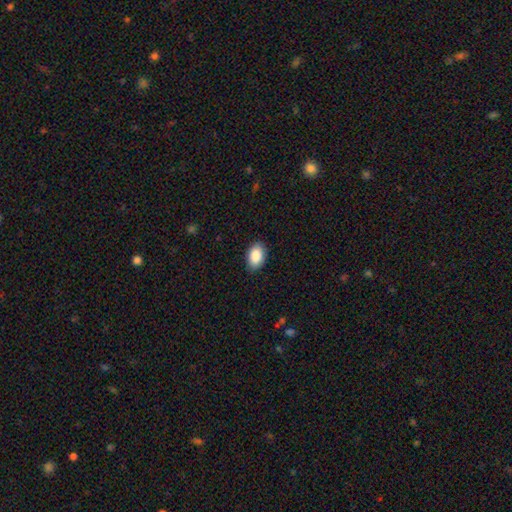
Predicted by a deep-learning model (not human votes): Smooth or featured? smooth (88%)
How rounded? in between (91%)
Merging? none (88%)